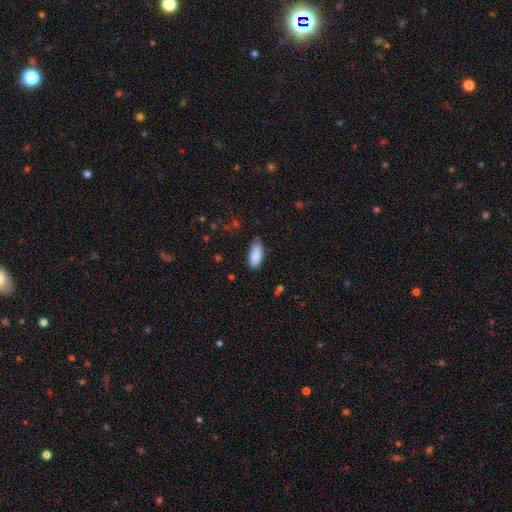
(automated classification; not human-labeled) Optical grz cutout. It shows a smooth galaxy with no disk features (89%) that is in between round and cigar-shaped (89%). Merging: none (72%).